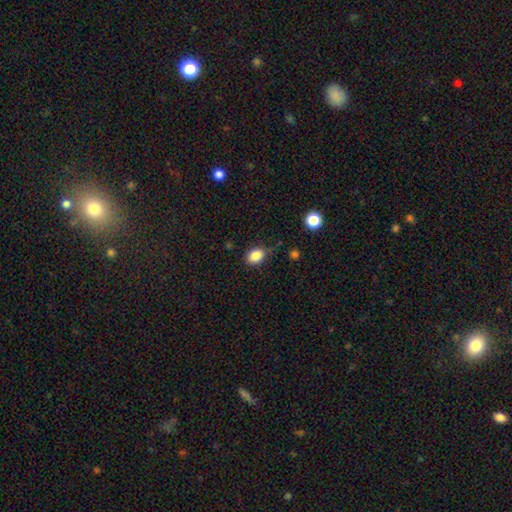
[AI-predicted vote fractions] The model was most divided on "how rounded": in between: 70%, round: 29%, cigar-shaped: 1%. More confident: smooth or featured — smooth (85%); merging — none (72%).